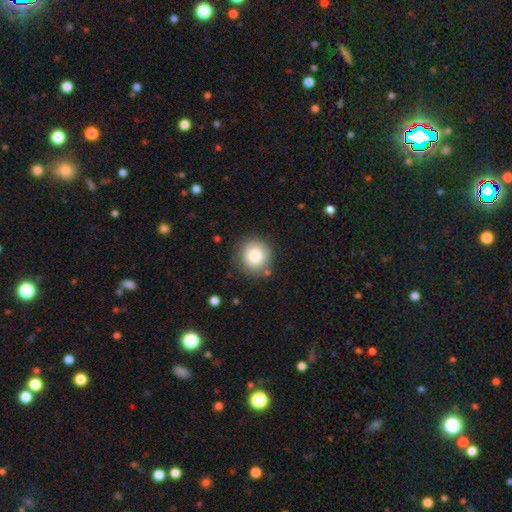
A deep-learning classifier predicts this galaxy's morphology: type=smooth (82%); roundness=round (91%); merging=none (82%).